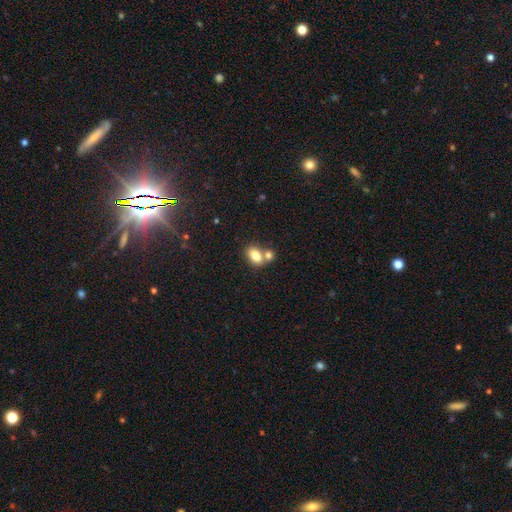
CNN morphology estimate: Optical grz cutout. It shows a smooth galaxy with no disk features (80%) that is in between round and cigar-shaped (80%). Merging: none (47%).